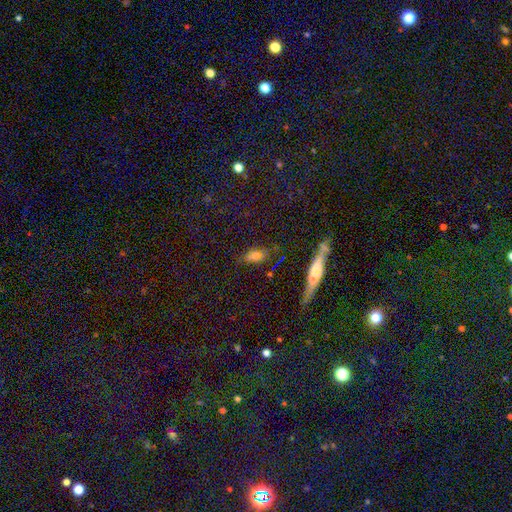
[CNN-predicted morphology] Smooth or featured? smooth (67%)
How rounded? in between (74%)
Merging? none (70%)